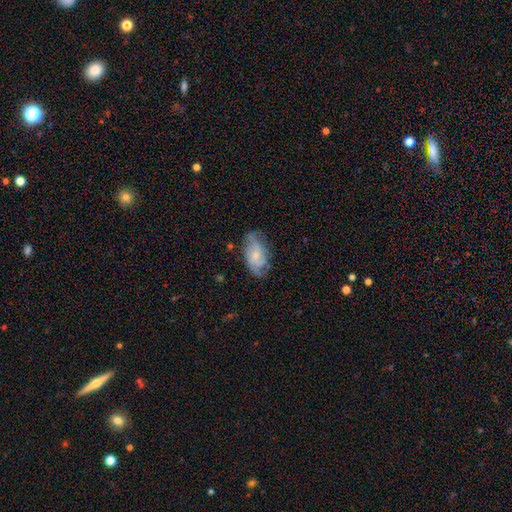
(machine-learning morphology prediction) Overall: featured or disk (61%; smooth 32%). Edge-on disk: no (95%). Bar: no (68%). Spiral arms: yes (86%). Bulge size: small (60%; moderate 28%). Merging: none (63%; minor disturbance 25%).